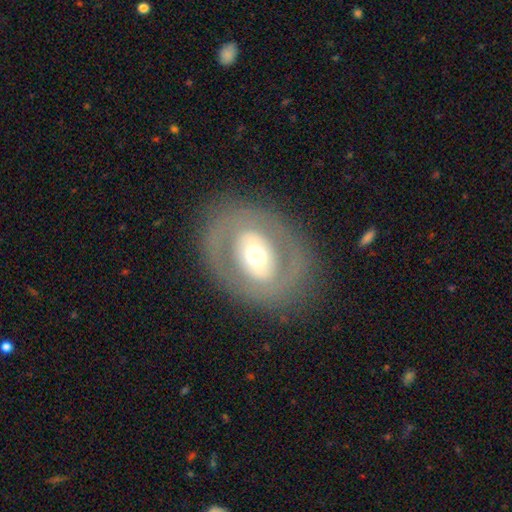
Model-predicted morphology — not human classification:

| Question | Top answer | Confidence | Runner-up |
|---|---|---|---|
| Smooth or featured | featured or disk | 57% | smooth (36%) |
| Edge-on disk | no | 92% | yes (8%) |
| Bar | no | 63% | weak (20%) |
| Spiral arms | no | 87% | yes (13%) |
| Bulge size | moderate | 61% | large (21%) |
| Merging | none | 80% | minor disturbance (10%) |